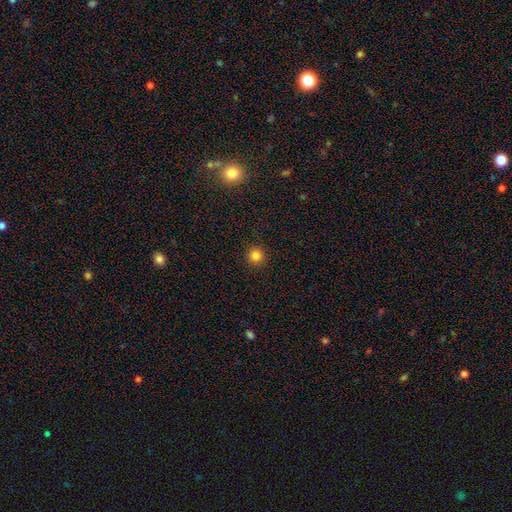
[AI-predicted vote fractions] A smooth galaxy with no disk features (83%) that is round (95%). Merging: none (92%).